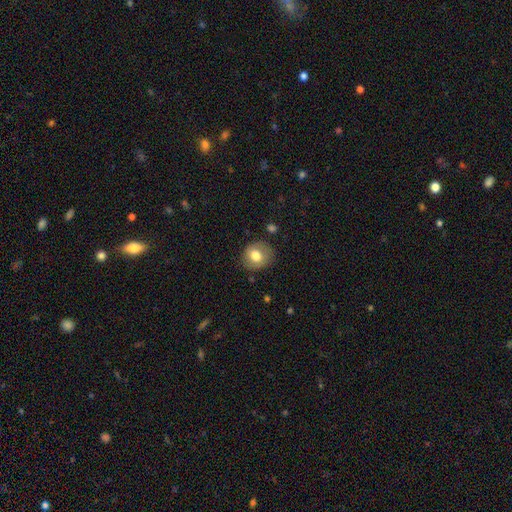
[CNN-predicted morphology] Q: Smooth or featured?
A: smooth (74%); runner-up: featured or disk (18%)
Q: How rounded?
A: round (74%); runner-up: in between (25%)
Q: Merging?
A: none (80%); runner-up: minor disturbance (14%)